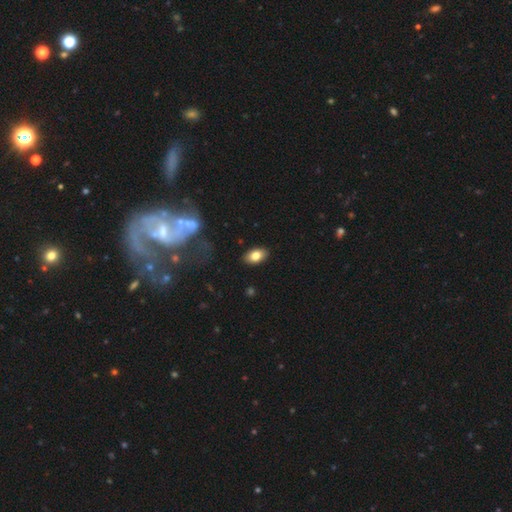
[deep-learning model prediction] Smooth or featured: smooth — 79% (featured or disk — 13%)
How rounded: in between — 91% (round — 7%)
Merging: none — 88% (minor disturbance — 9%)